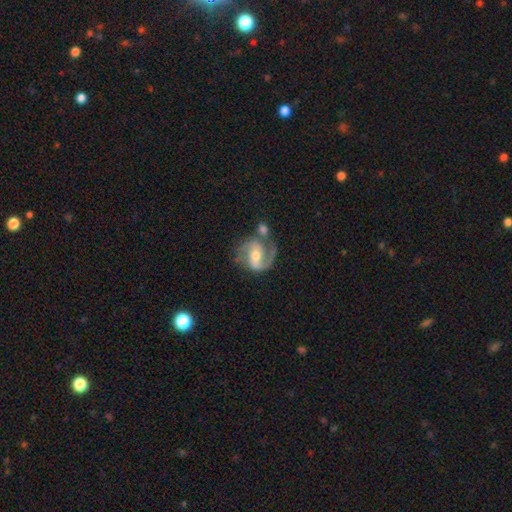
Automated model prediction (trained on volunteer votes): A featured or disk galaxy (87%) with a weak bar (47%), 2 (86%) medium (58%) spiral arms (97%) and a moderate central bulge (62%). Merging: none (54%).